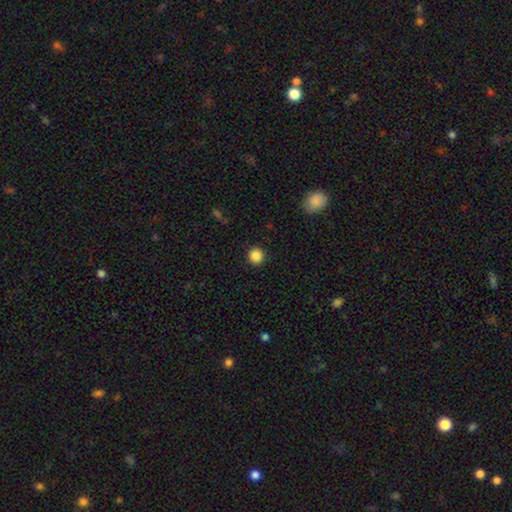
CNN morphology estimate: Smooth or featured?
  - smooth: 86% *
  - star or artifact: 10%
  - featured or disk: 3%
How rounded?
  - round: 94% *
  - in between: 5%
  - cigar-shaped: 1%
Merging?
  - none: 92% *
  - minor disturbance: 5%
  - major disturbance: 2%
  - merger: 1%